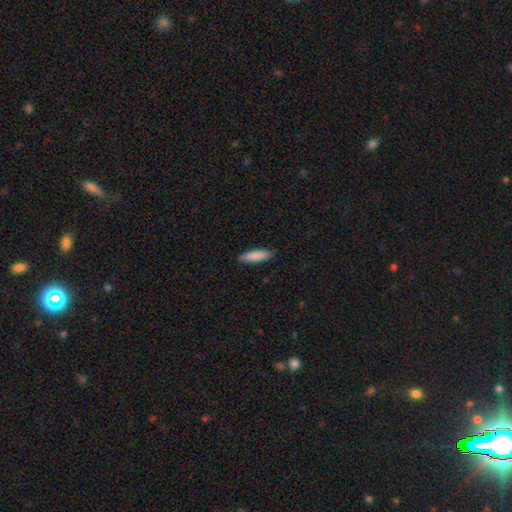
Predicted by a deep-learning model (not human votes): smooth 87%, featured or disk 7%, star or artifact 6%. Down the decision tree: how rounded — cigar-shaped (58%); merging — none (87%).